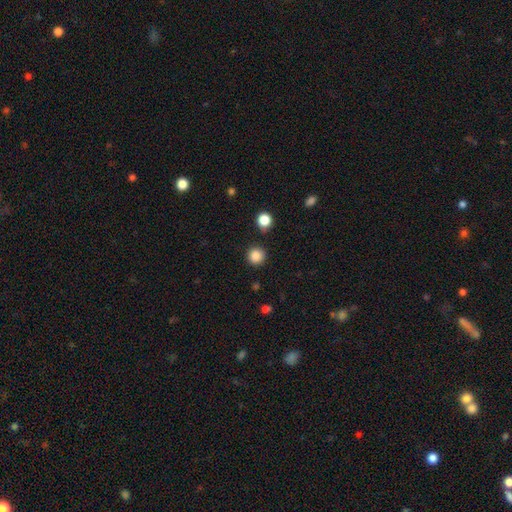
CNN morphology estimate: This is clearly a smooth galaxy (86%). How rounded: clearly round (94%). Merging: clearly none (89%).